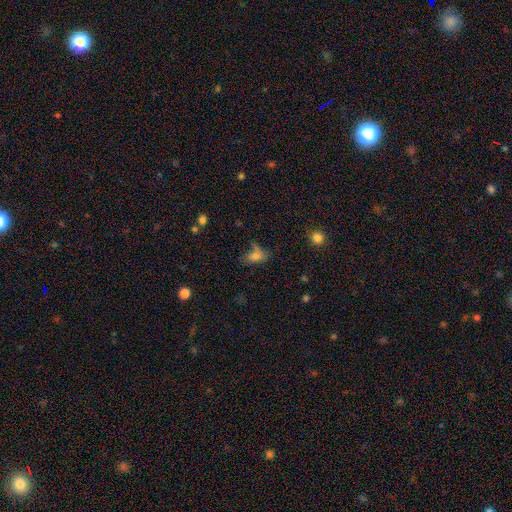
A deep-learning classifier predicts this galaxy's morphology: This is likely a smooth galaxy (69%). How rounded: likely in between (79%). Merging: possibly none (46%).